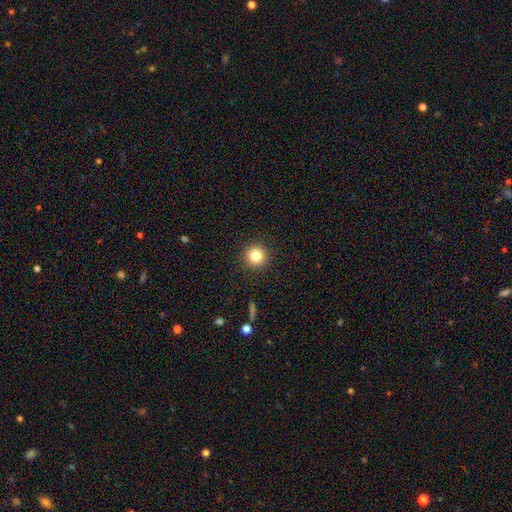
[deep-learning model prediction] The model was most divided on "smooth or featured": smooth: 82%, star or artifact: 11%, featured or disk: 7%. More confident: how rounded — round (95%); merging — none (92%).